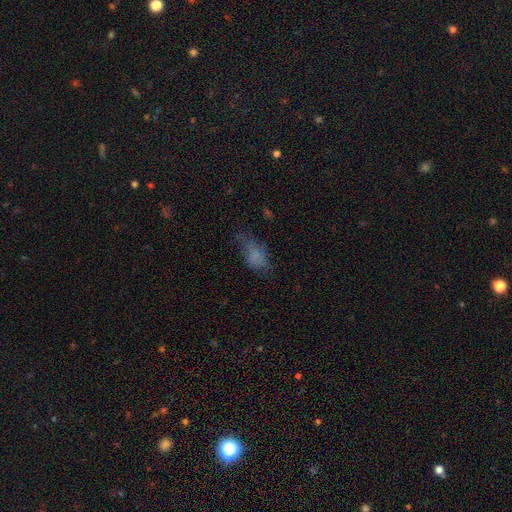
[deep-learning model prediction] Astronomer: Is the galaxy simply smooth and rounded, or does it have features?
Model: smooth — 67%.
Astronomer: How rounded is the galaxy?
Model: in between — 86%.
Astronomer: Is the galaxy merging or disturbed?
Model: none — 37% (runner-up: major disturbance, 31%).